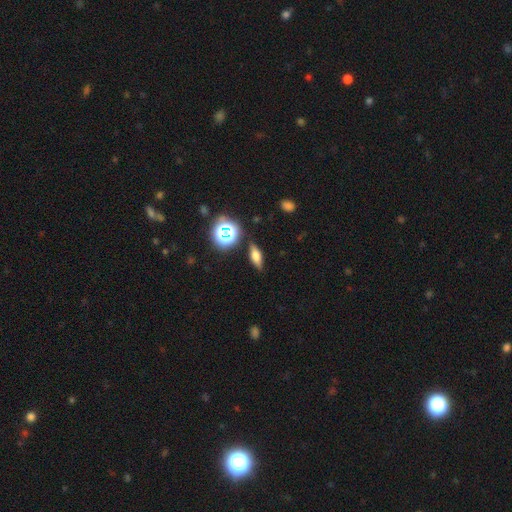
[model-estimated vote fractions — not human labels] Smooth or featured? Predicted: smooth (p=0.56). How rounded? Predicted: in between (p=0.56). Merging? Predicted: none (p=0.84).